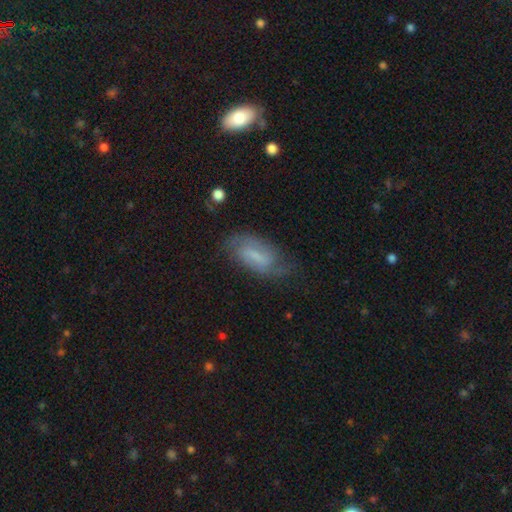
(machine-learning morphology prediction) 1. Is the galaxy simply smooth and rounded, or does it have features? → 54% featured or disk, 37% smooth, 9% star or artifact.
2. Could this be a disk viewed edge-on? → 92% no, 8% yes.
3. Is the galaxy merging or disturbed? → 66% none, 23% minor disturbance, 9% major disturbance, 2% merger.